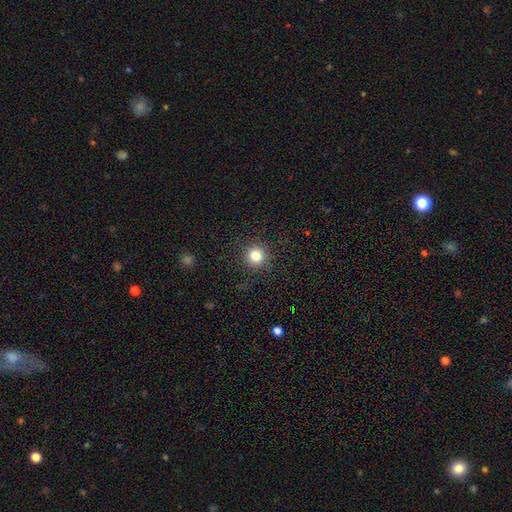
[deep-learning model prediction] Morphology: type=smooth (82%); roundness=round (94%); merging=none (90%).